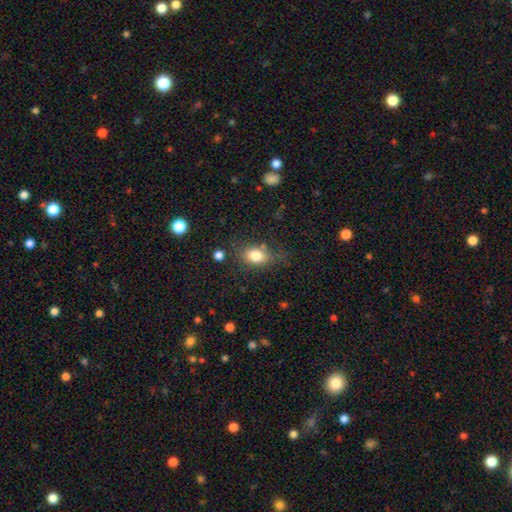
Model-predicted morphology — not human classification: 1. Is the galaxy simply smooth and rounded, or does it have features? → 80% smooth, 10% star or artifact, 10% featured or disk.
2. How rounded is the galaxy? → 67% in between, 32% round, 2% cigar-shaped.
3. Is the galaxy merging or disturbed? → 67% none, 21% minor disturbance, 8% major disturbance, 4% merger.